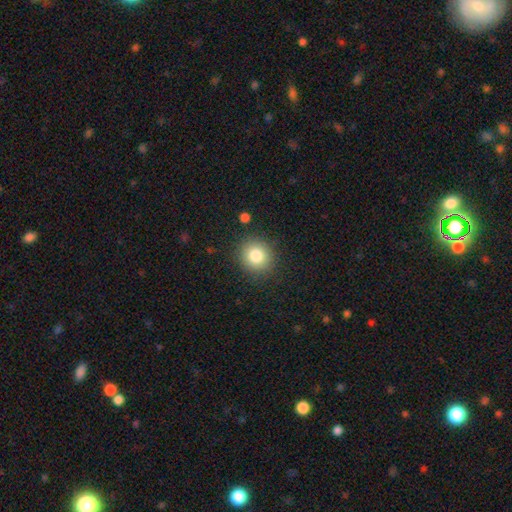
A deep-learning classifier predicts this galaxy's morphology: A smooth galaxy with no disk features (82%) that is round (87%).

Vote fractions:
- Smooth or featured? smooth: 82% / star or artifact: 10% / featured or disk: 8%
- How rounded? round: 87% / in between: 12% / cigar-shaped: 1%
- Merging? none: 87% / minor disturbance: 8% / major disturbance: 3% / merger: 2%